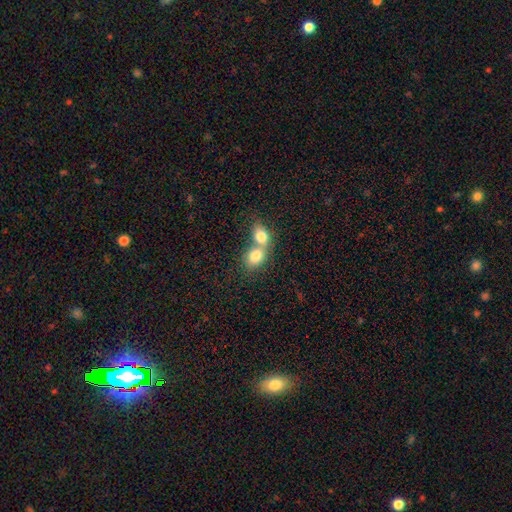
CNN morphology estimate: Smooth or featured: smooth — 79% (featured or disk — 13%)
How rounded: in between — 52% (round — 47%)
Merging: merger — 72% (none — 21%)